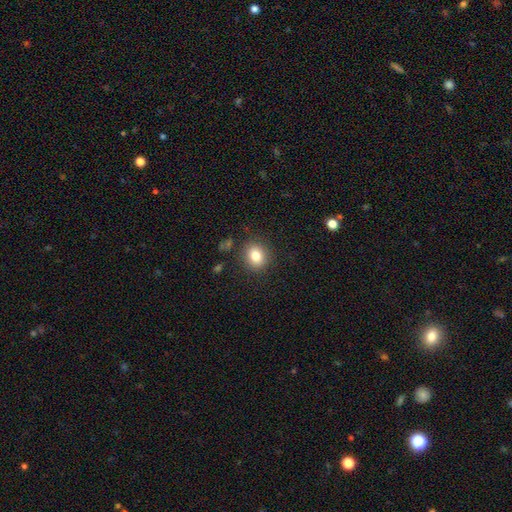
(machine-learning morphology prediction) Q: Smooth or featured?
A: smooth (81%); runner-up: star or artifact (11%)
Q: How rounded?
A: round (74%); runner-up: in between (25%)
Q: Merging?
A: none (86%); runner-up: minor disturbance (9%)